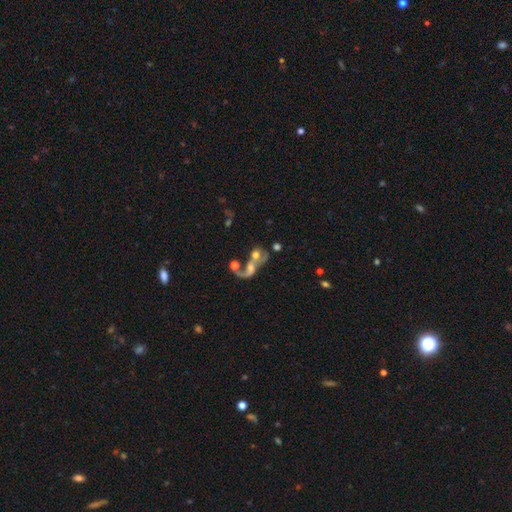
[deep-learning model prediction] featured or disk 50%, smooth 36%, star or artifact 13%. Down the decision tree: edge-on disk — no (95%); merging — merger (62%).